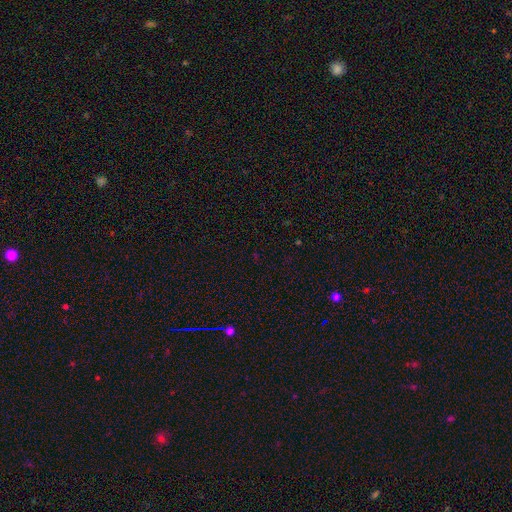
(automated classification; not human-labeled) The model was most divided on "smooth or featured": star or artifact: 69%, smooth: 24%, featured or disk: 8%.